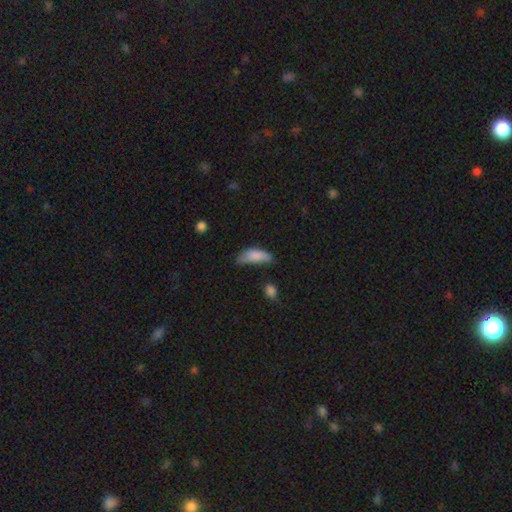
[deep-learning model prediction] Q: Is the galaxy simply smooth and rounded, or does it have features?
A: smooth — 80%.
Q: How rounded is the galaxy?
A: in between — 78%.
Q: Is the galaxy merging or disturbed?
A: minor disturbance — 42%.